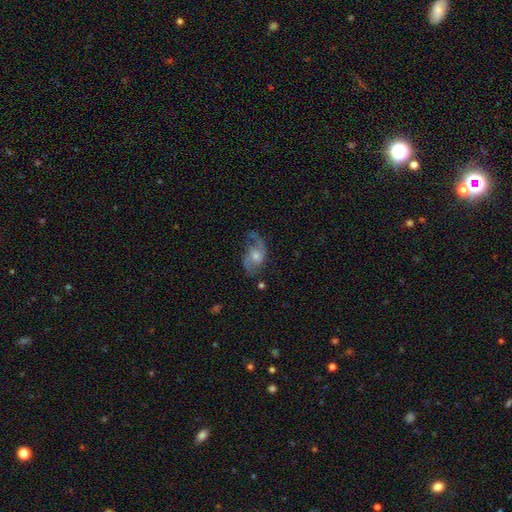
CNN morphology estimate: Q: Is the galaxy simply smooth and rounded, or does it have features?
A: featured or disk — 78%.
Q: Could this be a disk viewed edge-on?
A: no — 96%.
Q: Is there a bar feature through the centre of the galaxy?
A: no — 58%.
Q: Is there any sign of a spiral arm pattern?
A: yes — 93%.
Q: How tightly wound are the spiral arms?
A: loose — 49%.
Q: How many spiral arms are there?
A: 2 — 87%.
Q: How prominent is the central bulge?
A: moderate — 54%.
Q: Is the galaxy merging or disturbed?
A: none — 65%.